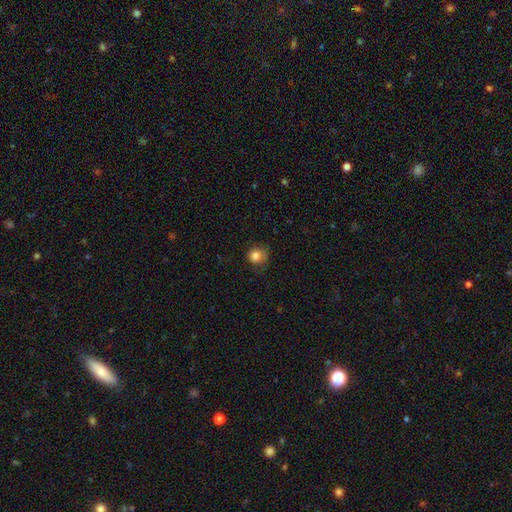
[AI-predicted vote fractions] Smooth or featured? smooth (83%)
How rounded? round (86%)
Merging? none (65%)